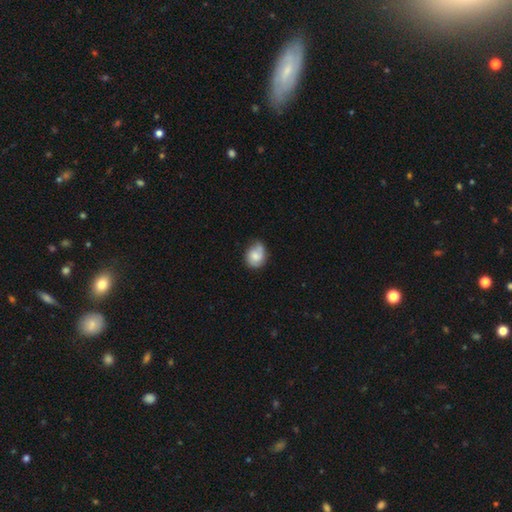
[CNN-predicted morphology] smooth 64%, featured or disk 29%, star or artifact 8%. Down the decision tree: how rounded — round (56%); merging — none (50%).